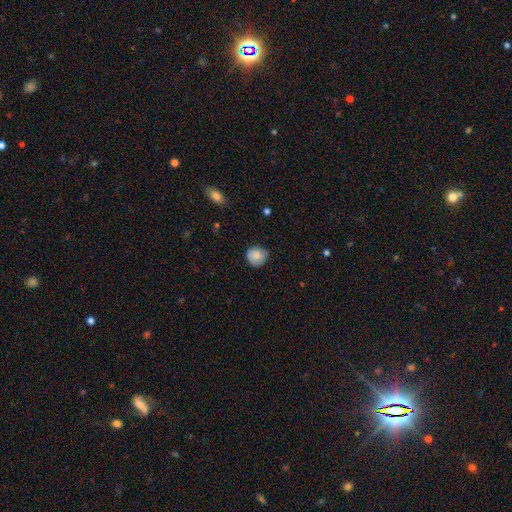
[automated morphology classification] This is clearly a smooth galaxy (81%). How rounded: clearly round (86%). Merging: likely none (75%).